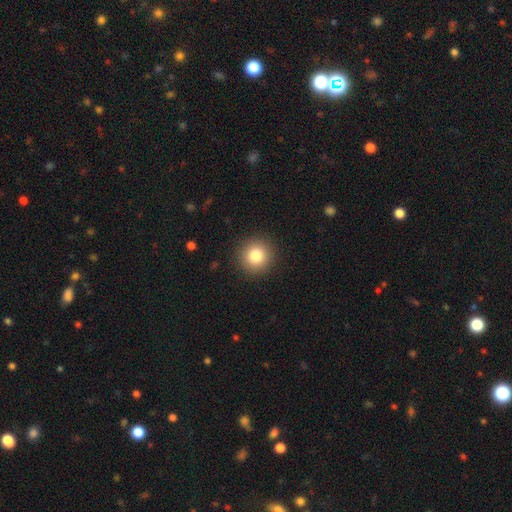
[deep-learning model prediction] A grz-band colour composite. It shows a smooth galaxy with no disk features (82%) that is round (94%). Merging: none (92%).